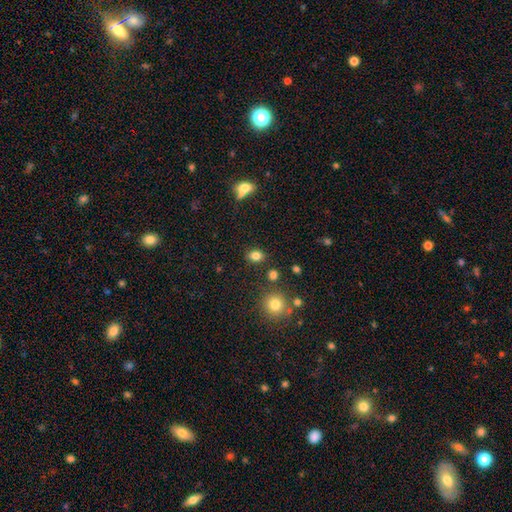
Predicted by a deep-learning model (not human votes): Smooth or featured? Predicted: smooth (p=0.82). How rounded? Predicted: in between (p=0.59). Merging? Predicted: none (p=0.84).